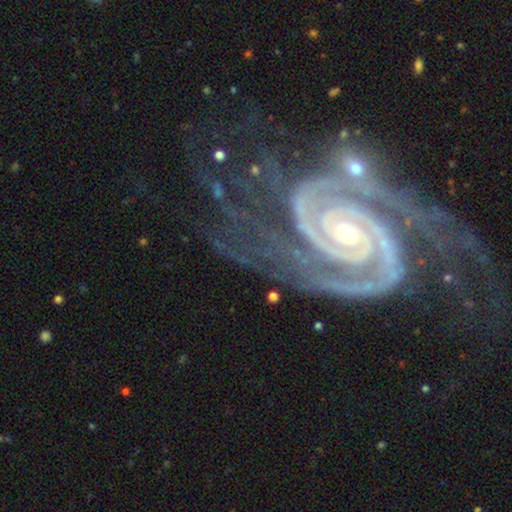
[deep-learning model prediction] This is clearly a featured or disk galaxy (92%). It is clearly not viewed edge-on (97%). Bar: possibly no (52%). Spiral arm pattern: clearly yes (99%). Spiral arm count: likely 2 (80%). Spiral winding: likely tight (76%). Central bulge: possibly small (59%). Merging: possibly none (51%).